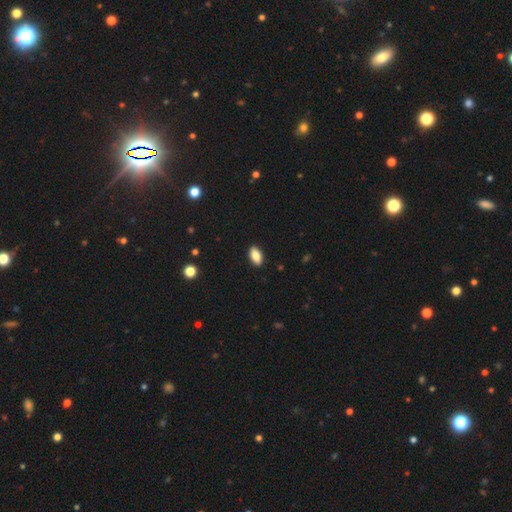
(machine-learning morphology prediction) A smooth galaxy with no disk features (87%) that is in between round and cigar-shaped (93%).

Vote fractions:
- Smooth or featured? smooth: 87% / star or artifact: 8% / featured or disk: 5%
- How rounded? in between: 93% / round: 4% / cigar-shaped: 3%
- Merging? none: 90% / minor disturbance: 7% / major disturbance: 2% / merger: 1%